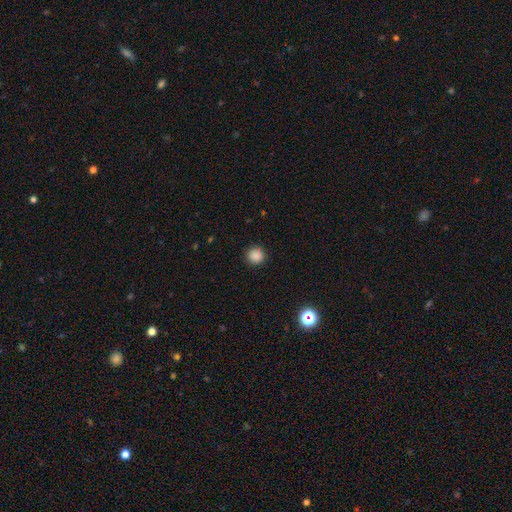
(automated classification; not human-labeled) Smooth or featured?
  - smooth: 86% *
  - star or artifact: 11%
  - featured or disk: 3%
How rounded?
  - round: 93% *
  - in between: 6%
  - cigar-shaped: 1%
Merging?
  - none: 91% *
  - minor disturbance: 6%
  - major disturbance: 2%
  - merger: 1%